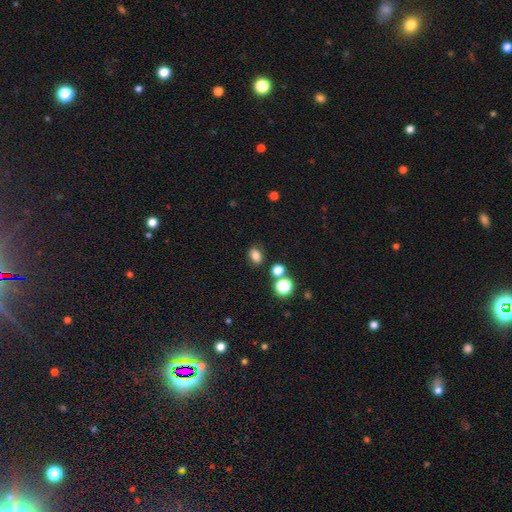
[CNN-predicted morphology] smooth-or-featured: smooth: 79% | star or artifact: 15% | featured or disk: 7%
  how-rounded: in between: 69% | round: 30% | cigar-shaped: 2%
  merging: none: 78% | minor disturbance: 12% | merger: 7% | major disturbance: 3%